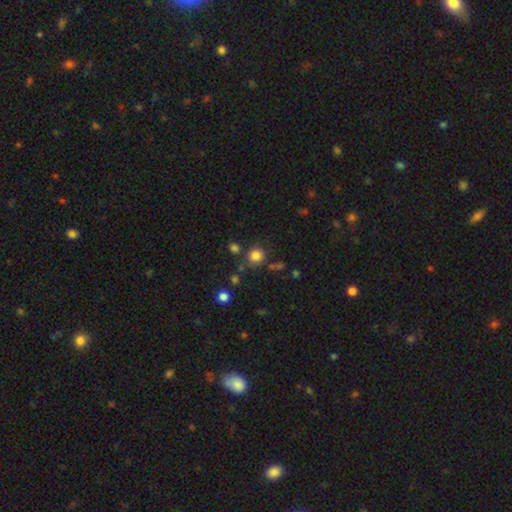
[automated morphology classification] This is clearly a smooth galaxy (81%). How rounded: clearly round (90%). Merging: likely none (78%).